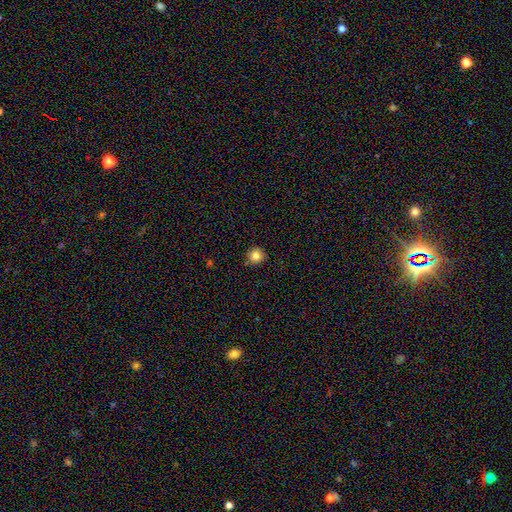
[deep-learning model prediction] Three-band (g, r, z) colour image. It shows a smooth galaxy with no disk features (83%) that is round (95%). Merging: none (91%).